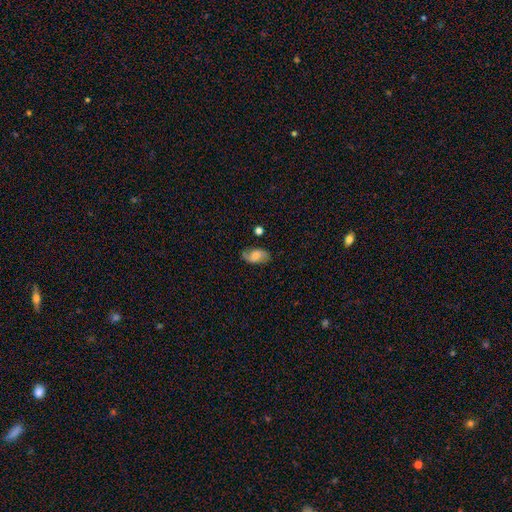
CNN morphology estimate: This appears to be a smooth galaxy with no disk features (46%). Merging: none (71%).